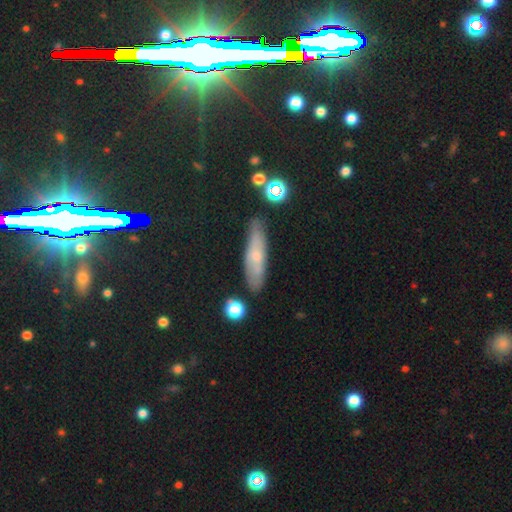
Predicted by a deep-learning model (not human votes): Smooth or featured?
  - smooth: 53% *
  - featured or disk: 33%
  - star or artifact: 14%
How rounded?
  - cigar-shaped: 68% *
  - in between: 29%
  - round: 3%
Merging?
  - none: 76% *
  - minor disturbance: 17%
  - major disturbance: 4%
  - merger: 3%